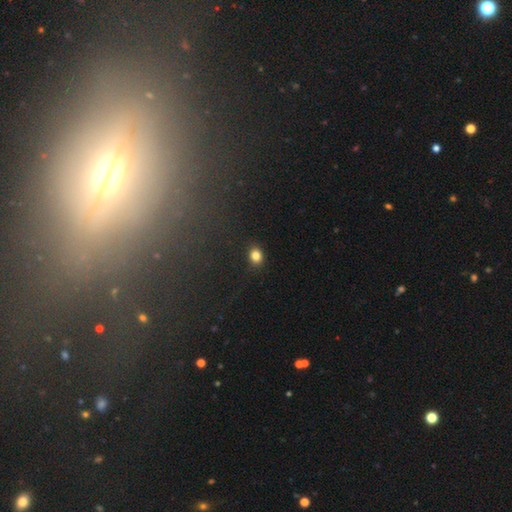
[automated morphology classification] Smooth or featured? Predicted: smooth (p=0.83). How rounded? Predicted: round (p=0.54). Merging? Predicted: none (p=0.87).